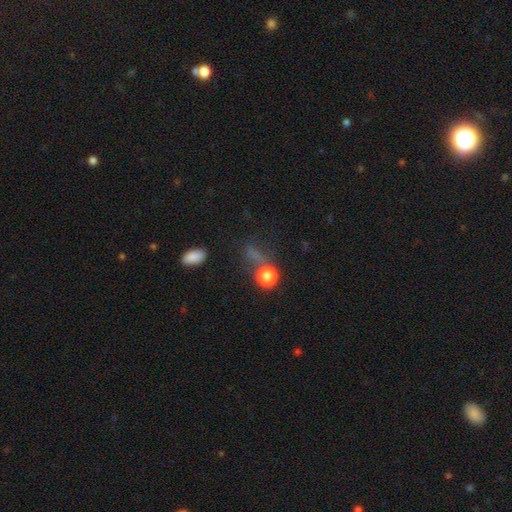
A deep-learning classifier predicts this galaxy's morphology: Q: Smooth or featured?
A: smooth (56%); runner-up: star or artifact (33%)
Q: How rounded?
A: round (63%); runner-up: in between (28%)
Q: Merging?
A: none (53%); runner-up: major disturbance (19%)